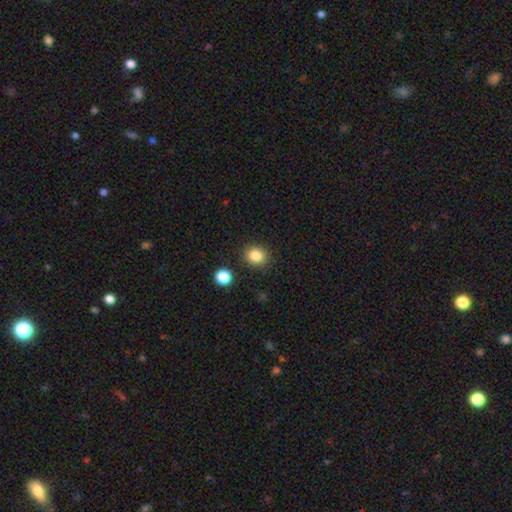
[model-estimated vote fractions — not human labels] smooth-or-featured: smooth: 85% | star or artifact: 10% | featured or disk: 5%
  how-rounded: round: 72% | in between: 28% | cigar-shaped: 1%
  merging: none: 87% | minor disturbance: 8% | major disturbance: 3% | merger: 3%